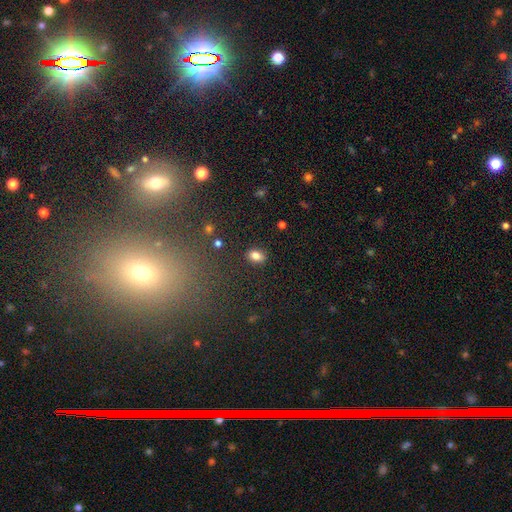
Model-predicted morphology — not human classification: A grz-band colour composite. It shows a smooth galaxy with no disk features (82%) that is in between round and cigar-shaped (75%). Merging: none (87%).